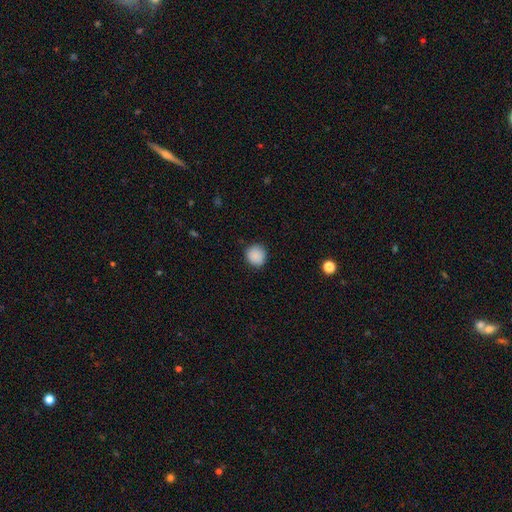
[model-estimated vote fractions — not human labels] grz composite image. It shows a smooth galaxy with no disk features (88%) that is round (90%). Merging: none (87%).